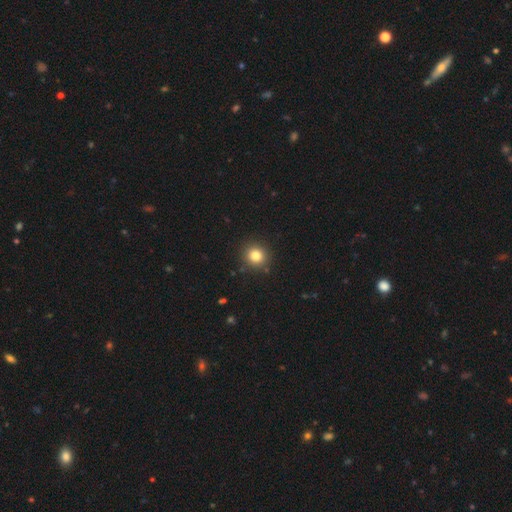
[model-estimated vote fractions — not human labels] This appears to be a smooth galaxy with no disk features (81%) that is round (92%). Merging: none (90%).